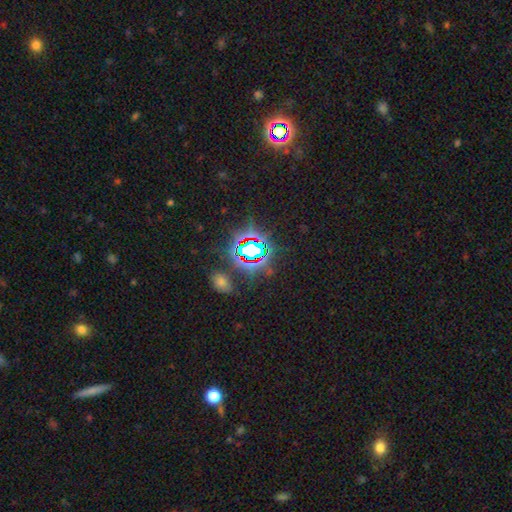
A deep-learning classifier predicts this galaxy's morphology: Overall: star or artifact (77%).